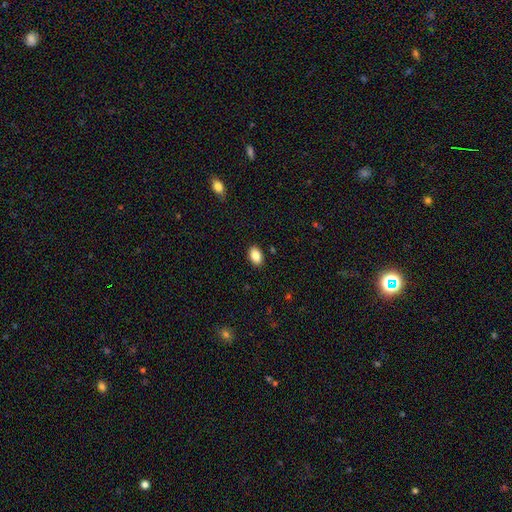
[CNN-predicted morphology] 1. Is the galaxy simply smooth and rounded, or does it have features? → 86% smooth, 8% star or artifact, 6% featured or disk.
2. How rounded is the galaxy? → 89% in between, 10% round, 1% cigar-shaped.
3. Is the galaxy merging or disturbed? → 89% none, 8% minor disturbance, 2% major disturbance, 1% merger.